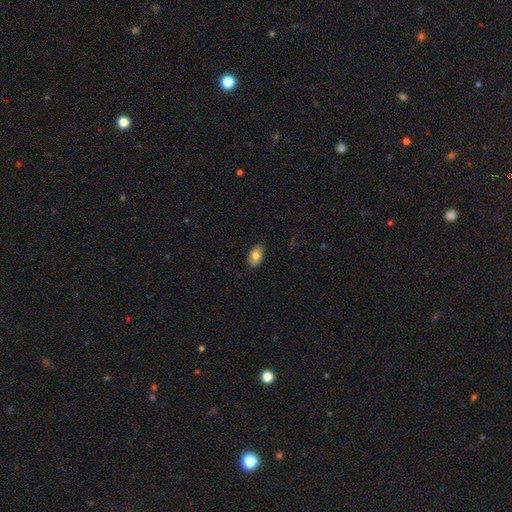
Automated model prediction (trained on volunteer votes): This is likely a smooth galaxy (79%). How rounded: clearly in between (93%). Merging: clearly none (86%).